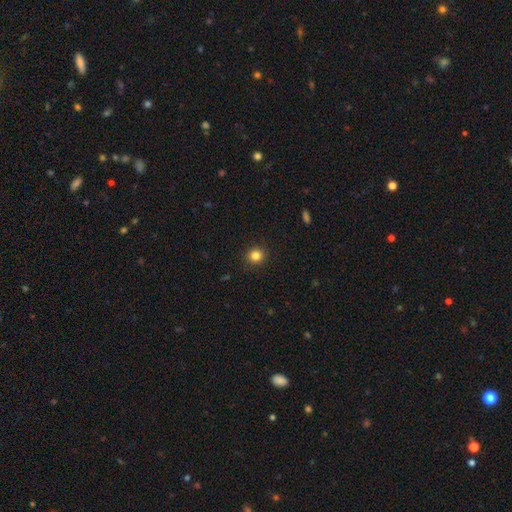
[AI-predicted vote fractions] Smooth or featured? Predicted: smooth (p=0.83). How rounded? Predicted: round (p=0.91). Merging? Predicted: none (p=0.92).